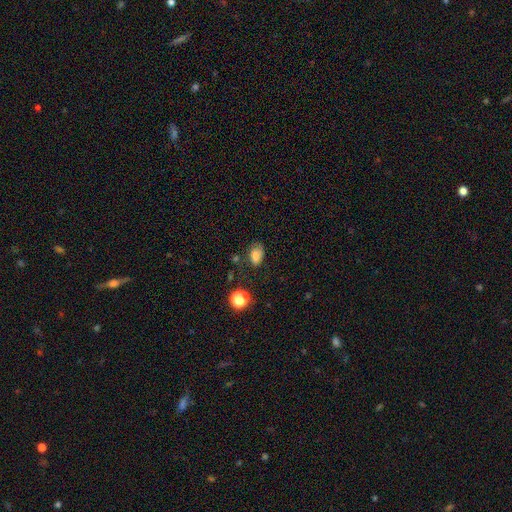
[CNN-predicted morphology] This appears to be a smooth galaxy with no disk features (76%) that is in between round and cigar-shaped (82%). Merging: none (55%).